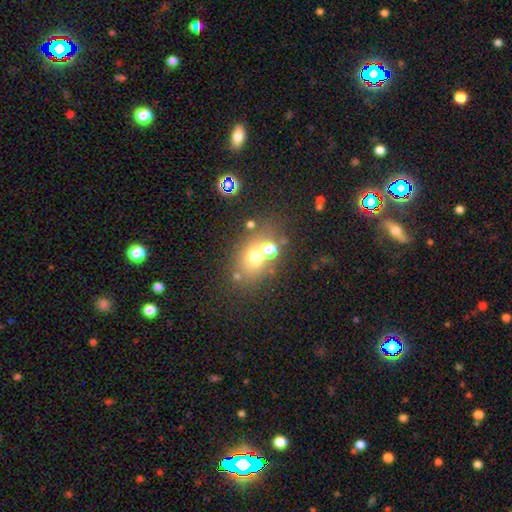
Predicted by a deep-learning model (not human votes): A smooth galaxy with no disk features (62%) that is in between round and cigar-shaped (50%).

Vote fractions:
- Smooth or featured? smooth: 62% / featured or disk: 19% / star or artifact: 18%
- How rounded? in between: 50% / round: 49% / cigar-shaped: 1%
- Merging? none: 54% / merger: 29% / minor disturbance: 11% / major disturbance: 6%